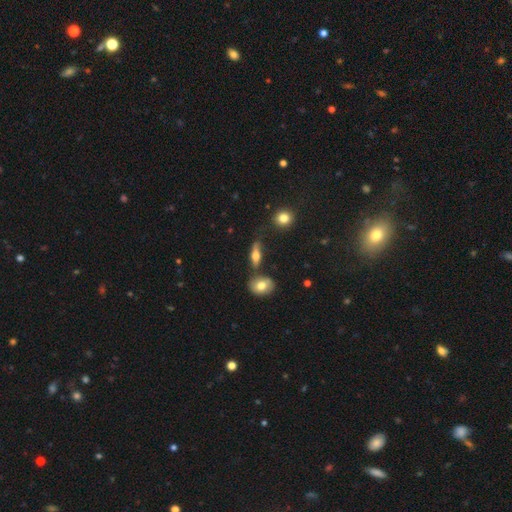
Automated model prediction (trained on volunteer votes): A smooth galaxy with no disk features (54%) that is in between round and cigar-shaped (56%). Merging: none (62%).